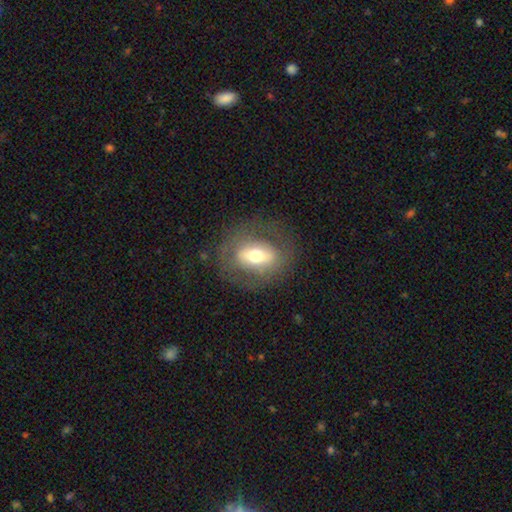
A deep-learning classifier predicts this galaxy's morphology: type=featured or disk (51%); edge-on=no (82%); merging=none (74%).